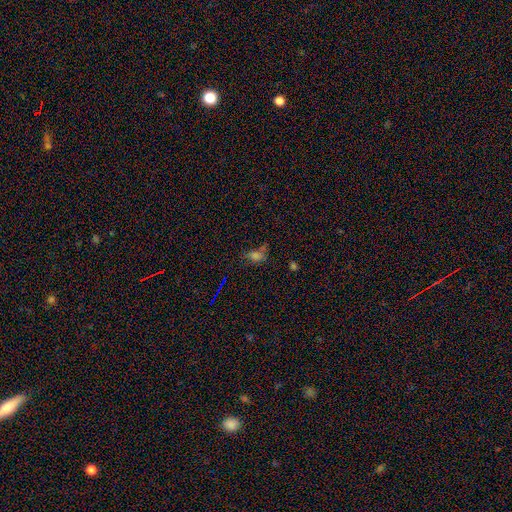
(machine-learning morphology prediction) Smooth or featured: smooth — 52% (star or artifact — 33%)
How rounded: in between — 74% (round — 19%)
Merging: none — 41% (minor disturbance — 25%)